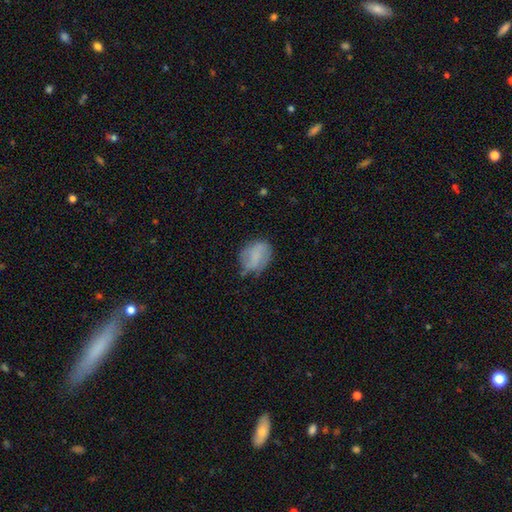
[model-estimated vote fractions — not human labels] smooth 62%, featured or disk 30%, star or artifact 8%. Down the decision tree: how rounded — in between (62%); merging — none (63%).